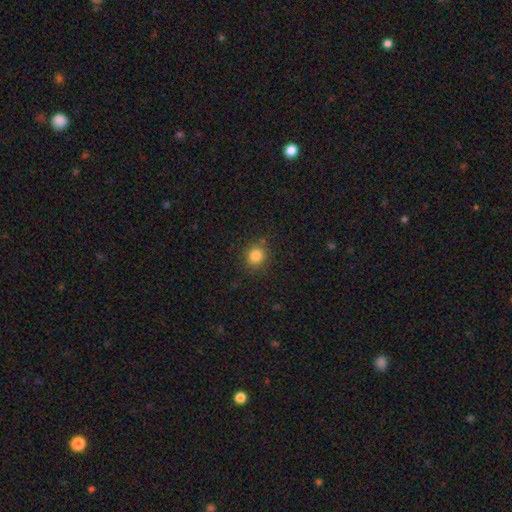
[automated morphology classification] This is clearly a smooth galaxy (83%). How rounded: clearly round (86%). Merging: clearly none (84%).